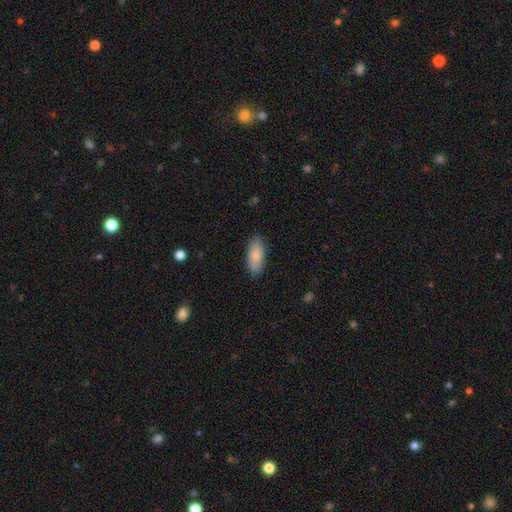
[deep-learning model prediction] A smooth galaxy with no disk features (86%) that is in between round and cigar-shaped (86%).

Vote fractions:
- Smooth or featured? smooth: 86% / featured or disk: 9% / star or artifact: 6%
- How rounded? in between: 86% / cigar-shaped: 12% / round: 2%
- Merging? none: 87% / minor disturbance: 10% / major disturbance: 2% / merger: 1%